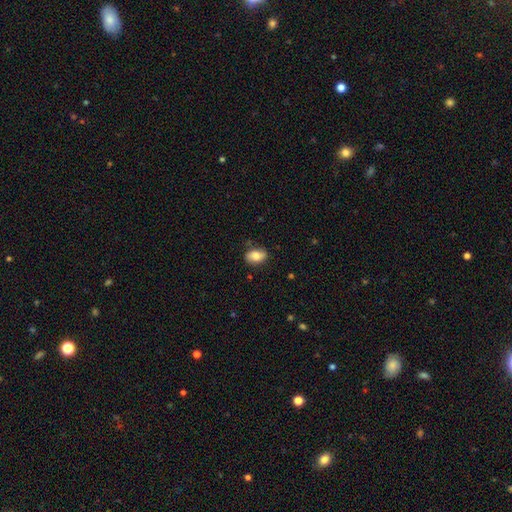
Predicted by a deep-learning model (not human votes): This appears to be a smooth galaxy with no disk features (76%) that is in between round and cigar-shaped (86%). Merging: none (77%).